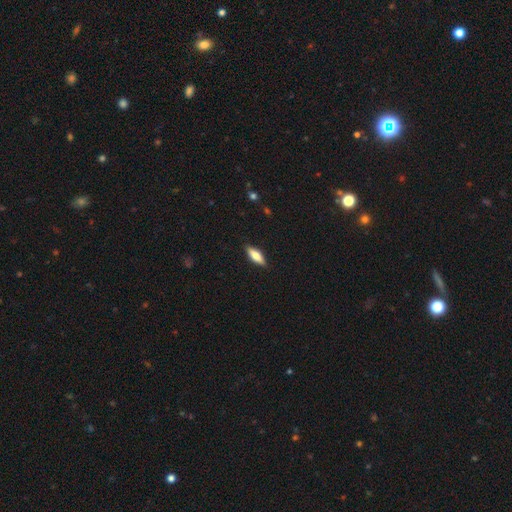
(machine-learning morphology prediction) Smooth or featured: smooth — 64% (featured or disk — 30%)
How rounded: in between — 57% (cigar-shaped — 41%)
Merging: none — 88% (minor disturbance — 9%)